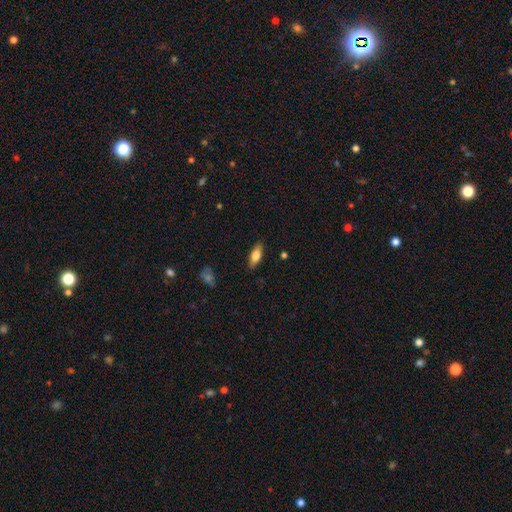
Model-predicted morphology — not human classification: smooth_or_featured: smooth (p=0.74) [alt: featured or disk p=0.20]
how_rounded: in between (p=0.74) [alt: cigar-shaped p=0.24]
merging: none (p=0.86) [alt: minor disturbance p=0.10]